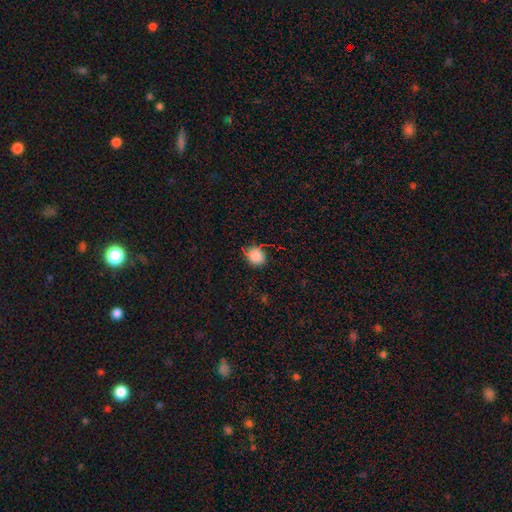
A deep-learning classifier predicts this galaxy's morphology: Q: Smooth or featured?
A: smooth (84%); runner-up: star or artifact (12%)
Q: How rounded?
A: round (72%); runner-up: in between (27%)
Q: Merging?
A: none (79%); runner-up: minor disturbance (16%)